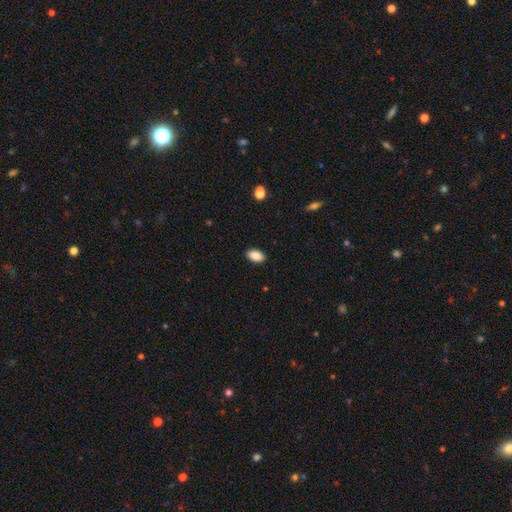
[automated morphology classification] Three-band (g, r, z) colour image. It shows a smooth galaxy with no disk features (87%) that is in between round and cigar-shaped (92%). Merging: none (89%).